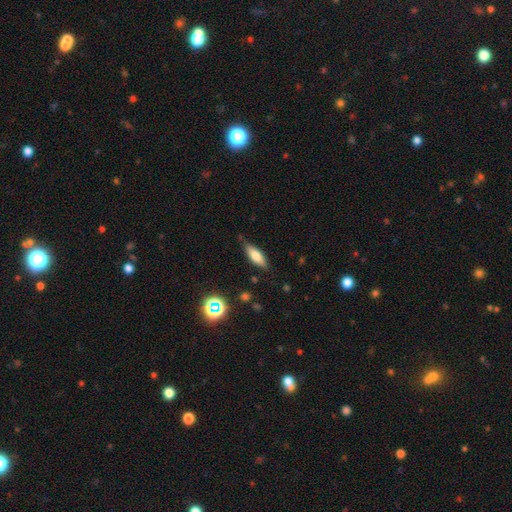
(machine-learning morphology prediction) type=smooth (67%); roundness=in between (56%); merging=none (78%).